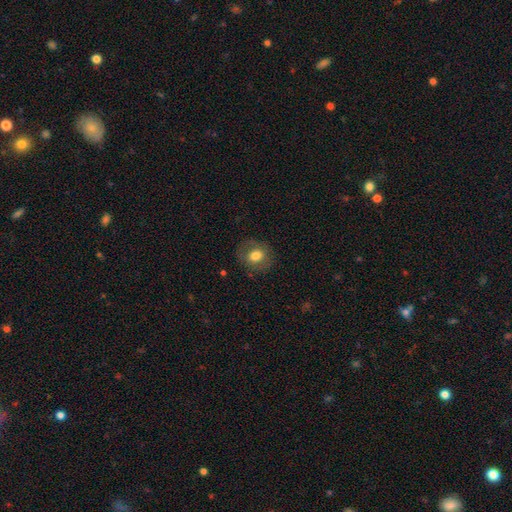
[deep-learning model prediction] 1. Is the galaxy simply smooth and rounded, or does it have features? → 69% smooth, 22% featured or disk, 9% star or artifact.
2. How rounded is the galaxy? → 62% round, 37% in between, 1% cigar-shaped.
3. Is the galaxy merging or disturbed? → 80% none, 13% minor disturbance, 6% major disturbance, 1% merger.